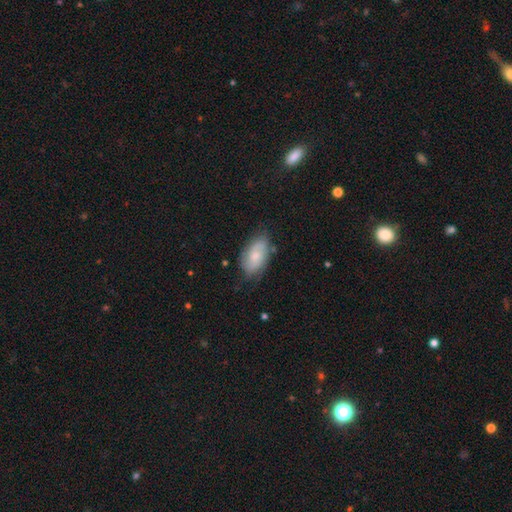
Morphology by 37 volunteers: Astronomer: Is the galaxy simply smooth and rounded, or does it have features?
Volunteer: smooth — 65%.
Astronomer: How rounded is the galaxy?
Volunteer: in between — 96%.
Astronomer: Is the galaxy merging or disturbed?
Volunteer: minor disturbance — 49% (runner-up: none, 40%).